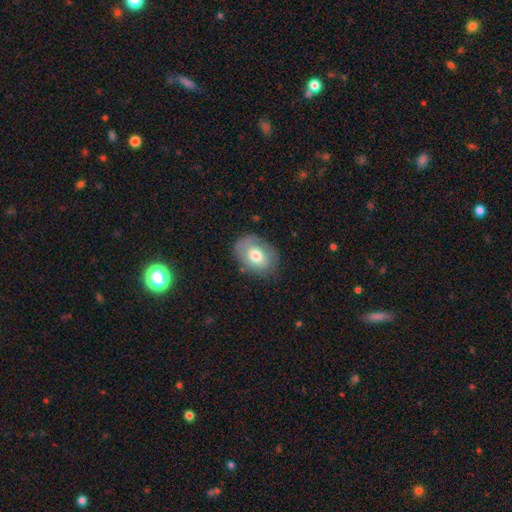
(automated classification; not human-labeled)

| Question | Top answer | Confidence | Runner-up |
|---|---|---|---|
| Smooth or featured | smooth | 63% | featured or disk (30%) |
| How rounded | in between | 70% | round (29%) |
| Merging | none | 72% | minor disturbance (20%) |